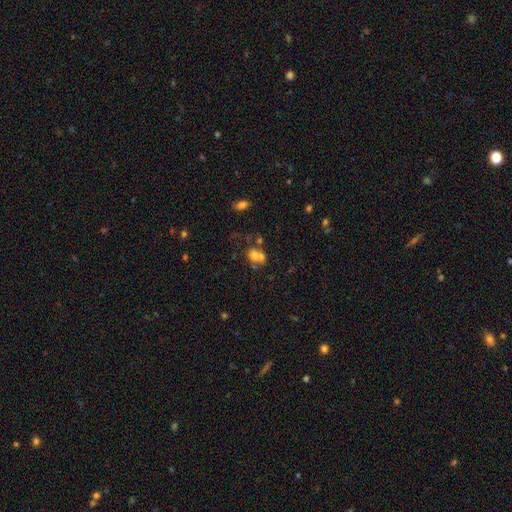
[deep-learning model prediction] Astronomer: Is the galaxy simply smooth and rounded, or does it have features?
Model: smooth — 64%.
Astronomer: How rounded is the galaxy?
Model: round — 64%.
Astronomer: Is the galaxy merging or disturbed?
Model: merger — 55%.